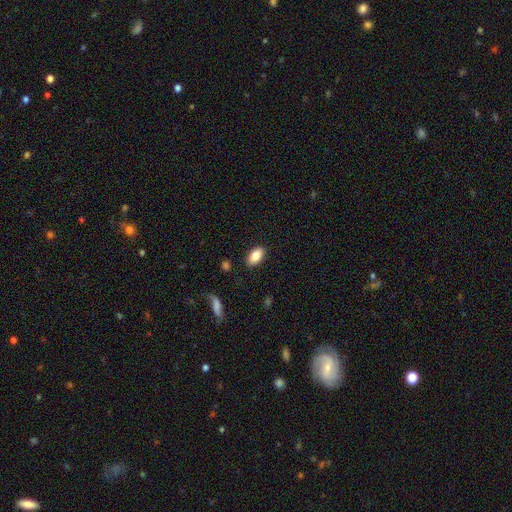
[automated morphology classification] smooth-or-featured: smooth: 84% | featured or disk: 9% | star or artifact: 7%
  how-rounded: in between: 93% | round: 4% | cigar-shaped: 3%
  merging: none: 87% | minor disturbance: 9% | major disturbance: 2% | merger: 1%